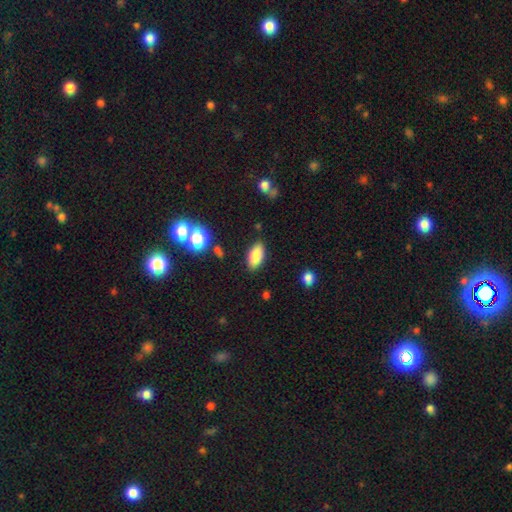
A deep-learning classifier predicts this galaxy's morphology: type=smooth (82%); roundness=in between (88%); merging=none (86%).